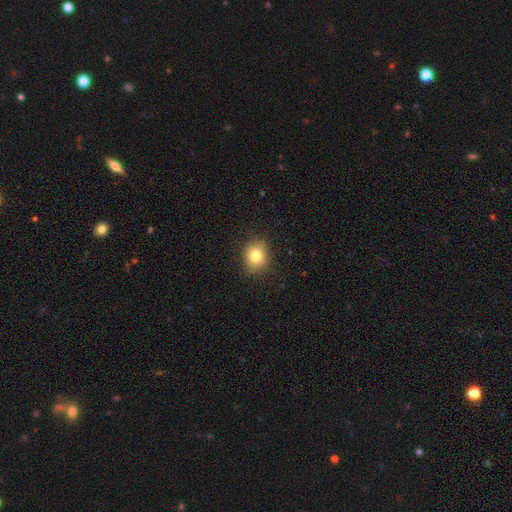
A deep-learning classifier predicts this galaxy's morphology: smooth 81%, star or artifact 11%, featured or disk 9%. Down the decision tree: how rounded — round (68%); merging — none (86%).